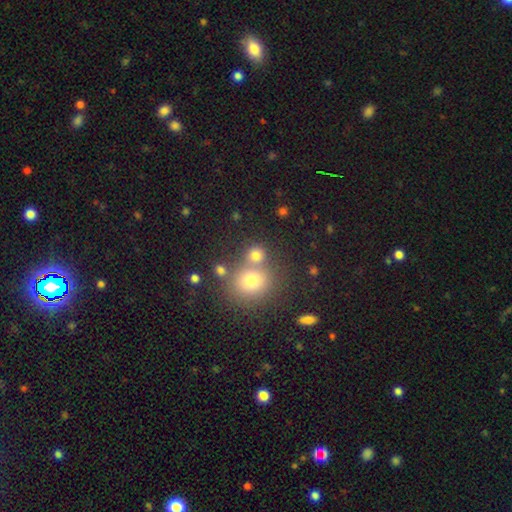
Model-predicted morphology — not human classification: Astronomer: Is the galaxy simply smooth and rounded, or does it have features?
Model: smooth — 77%.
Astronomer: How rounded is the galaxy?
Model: round — 82%.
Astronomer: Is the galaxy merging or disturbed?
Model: none — 58%.